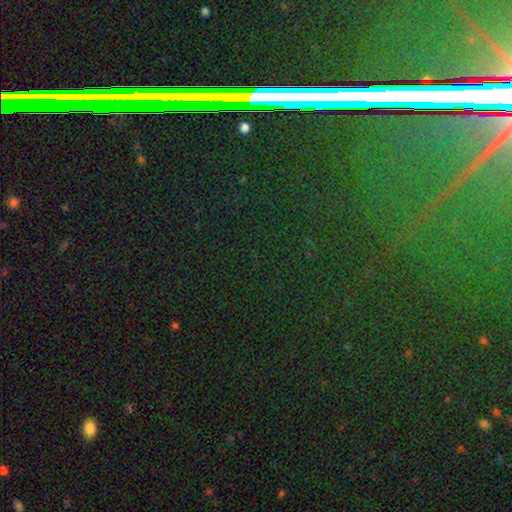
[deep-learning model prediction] A star or artifact, not a galaxy (81%).

Vote fractions:
- Smooth or featured? star or artifact: 81% / smooth: 10% / featured or disk: 9%